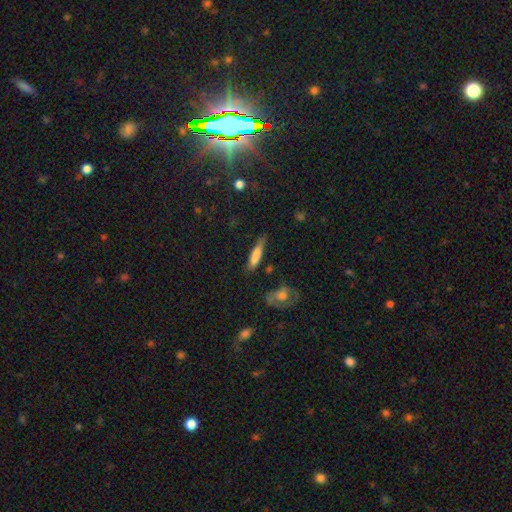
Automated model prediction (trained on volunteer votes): Smooth or featured? Predicted: smooth (p=0.76). How rounded? Predicted: cigar-shaped (p=0.77). Merging? Predicted: none (p=0.67).